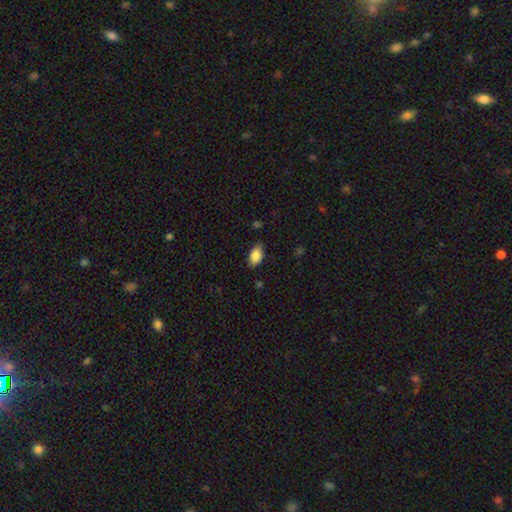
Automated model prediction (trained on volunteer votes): Smooth or featured: smooth — 87% (star or artifact — 7%)
How rounded: in between — 92% (round — 5%)
Merging: none — 79% (minor disturbance — 17%)